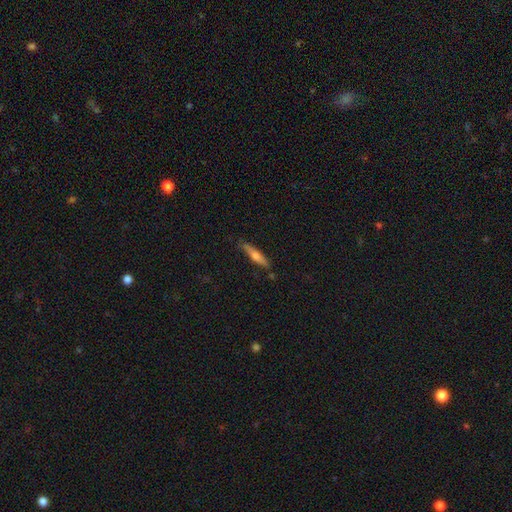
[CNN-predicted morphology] Q: Smooth or featured?
A: smooth (50%); runner-up: featured or disk (44%)
Q: How rounded?
A: cigar-shaped (87%); runner-up: in between (11%)
Q: Merging?
A: none (79%); runner-up: minor disturbance (15%)